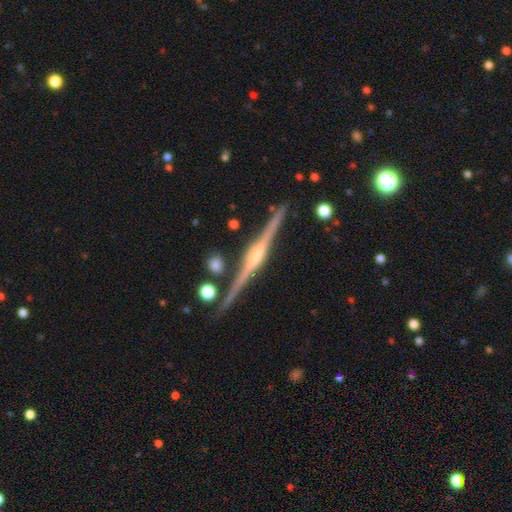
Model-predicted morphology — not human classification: This appears to be a featured or disk galaxy (86%) viewed edge-on (98%) with a rounded central bulge (78%). Merging: none (87%).